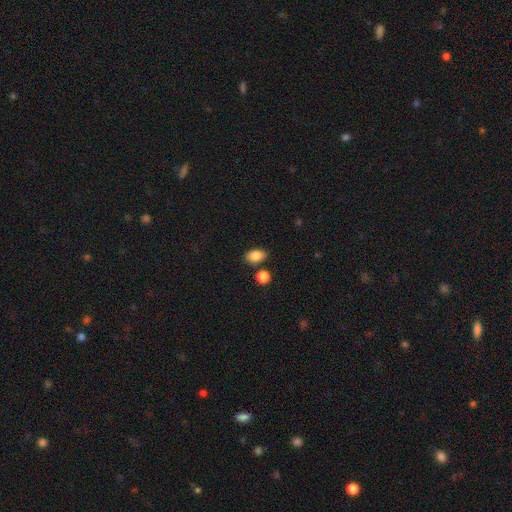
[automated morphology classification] smooth-or-featured: smooth: 85% | star or artifact: 9% | featured or disk: 6%
  how-rounded: in between: 85% | round: 13% | cigar-shaped: 2%
  merging: none: 78% | minor disturbance: 12% | merger: 8% | major disturbance: 3%